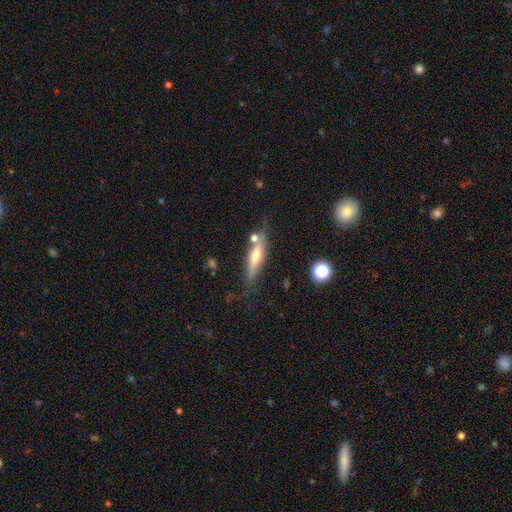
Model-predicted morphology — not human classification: This is possibly a featured or disk galaxy (54%). It is clearly viewed edge-on (89%). Merging: likely none (66%).